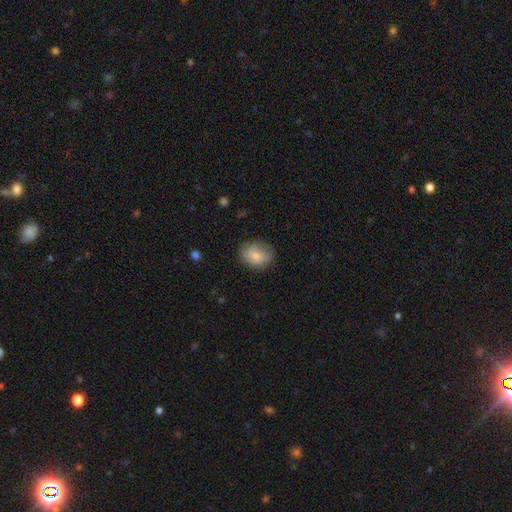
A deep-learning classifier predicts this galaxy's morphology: A smooth galaxy with no disk features (72%) that is round (53%).

Vote fractions:
- Smooth or featured? smooth: 72% / featured or disk: 20% / star or artifact: 8%
- How rounded? round: 53% / in between: 46% / cigar-shaped: 1%
- Merging? none: 71% / minor disturbance: 21% / major disturbance: 6% / merger: 1%